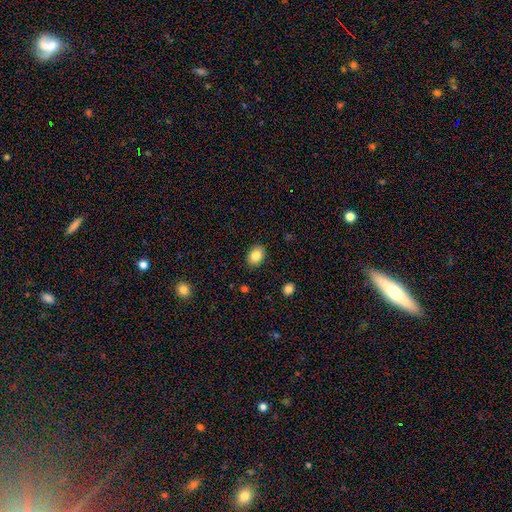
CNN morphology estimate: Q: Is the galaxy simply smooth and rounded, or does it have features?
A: smooth — 84%.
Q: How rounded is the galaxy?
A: in between — 69%.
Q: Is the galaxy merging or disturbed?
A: none — 89%.